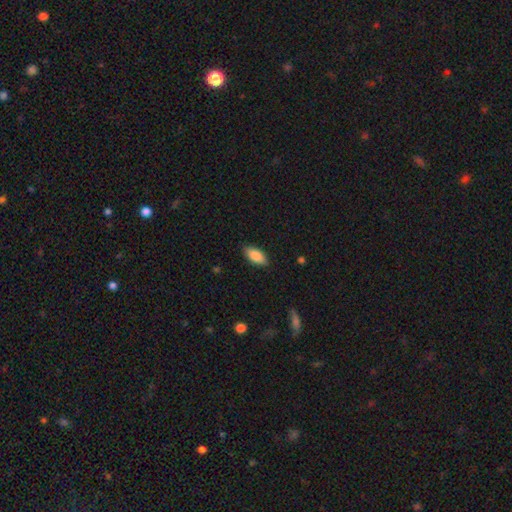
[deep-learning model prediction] smooth_or_featured: smooth (p=0.87) [alt: featured or disk p=0.07]
how_rounded: in between (p=0.89) [alt: cigar-shaped p=0.09]
merging: none (p=0.87) [alt: minor disturbance p=0.10]